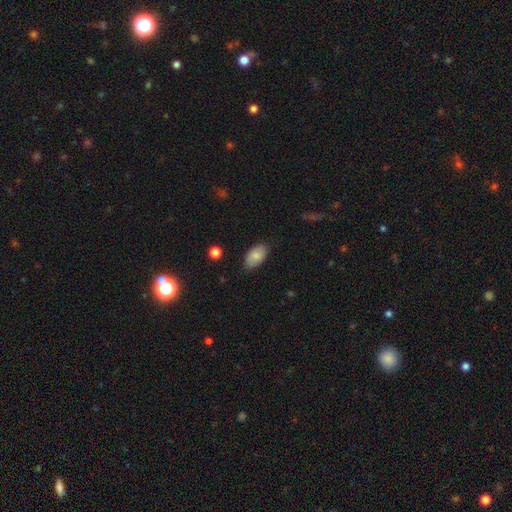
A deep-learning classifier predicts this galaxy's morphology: A smooth galaxy with no disk features (80%) that is in between round and cigar-shaped (94%). Merging: none (80%).